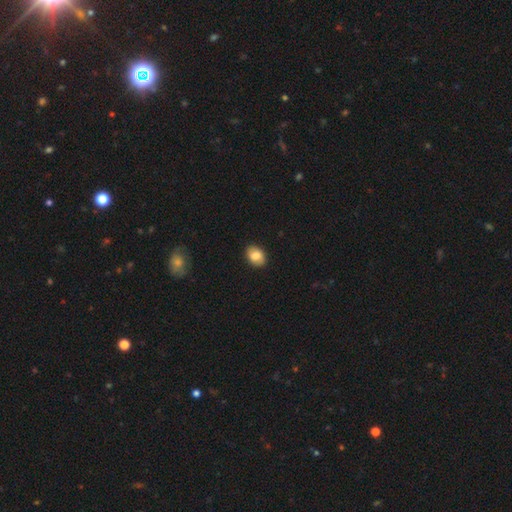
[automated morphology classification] smooth_or_featured: smooth (p=0.81) [alt: featured or disk p=0.12]
how_rounded: in between (p=0.73) [alt: round p=0.25]
merging: none (p=0.89) [alt: minor disturbance p=0.08]